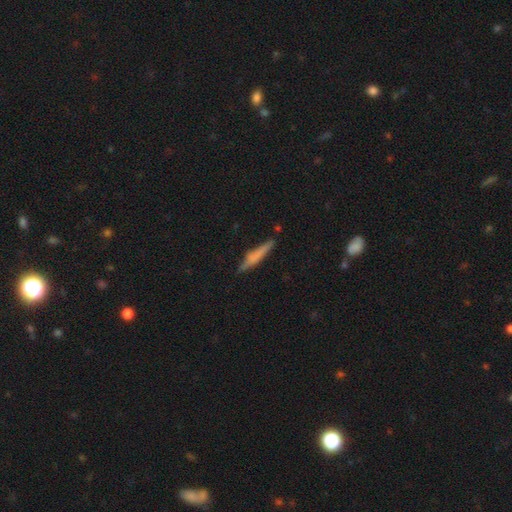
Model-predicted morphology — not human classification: Smooth or featured? smooth (57%)
How rounded? cigar-shaped (91%)
Merging? none (77%)